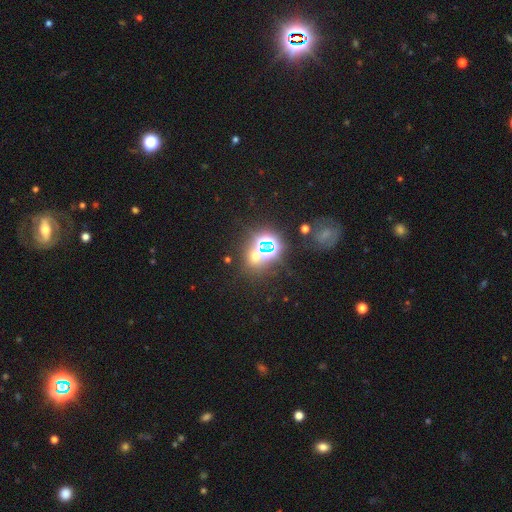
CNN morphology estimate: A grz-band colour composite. It shows a star or artifact, not a galaxy (65%).